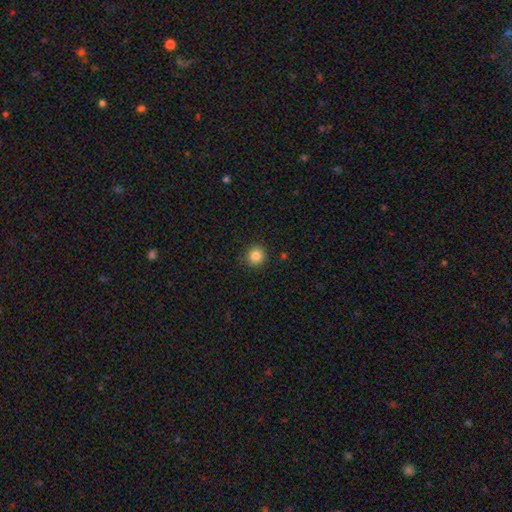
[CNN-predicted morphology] A smooth galaxy with no disk features (84%) that is round (93%). Merging: none (90%).